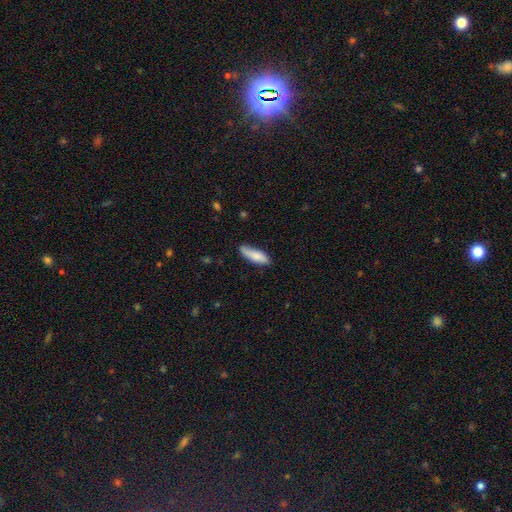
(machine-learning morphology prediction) type=smooth (80%); roundness=cigar-shaped (50%); merging=none (75%).